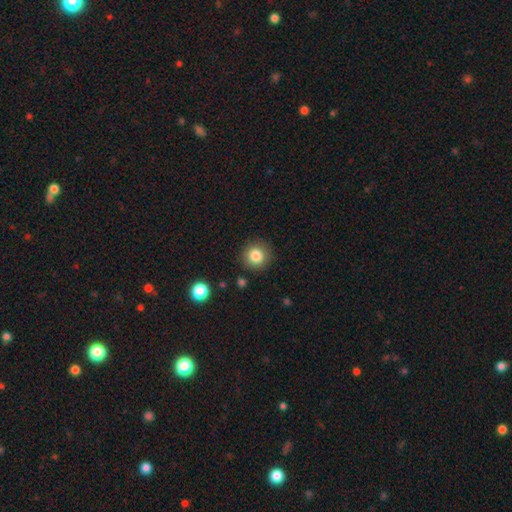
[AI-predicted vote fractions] A smooth galaxy with no disk features (83%) that is round (93%). Merging: none (88%).